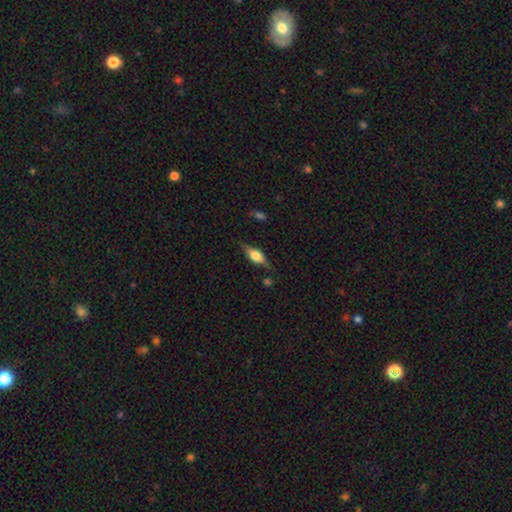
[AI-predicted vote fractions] Smooth or featured? Predicted: smooth (p=0.47). Merging? Predicted: none (p=0.75).